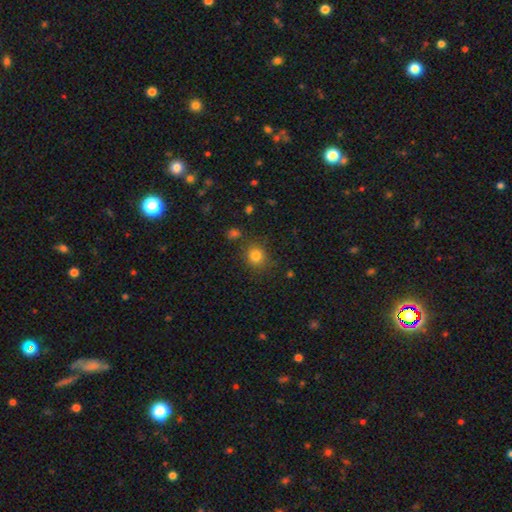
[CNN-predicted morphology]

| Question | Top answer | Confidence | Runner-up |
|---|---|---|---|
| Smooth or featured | smooth | 81% | star or artifact (13%) |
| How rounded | round | 86% | in between (13%) |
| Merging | none | 82% | minor disturbance (11%) |